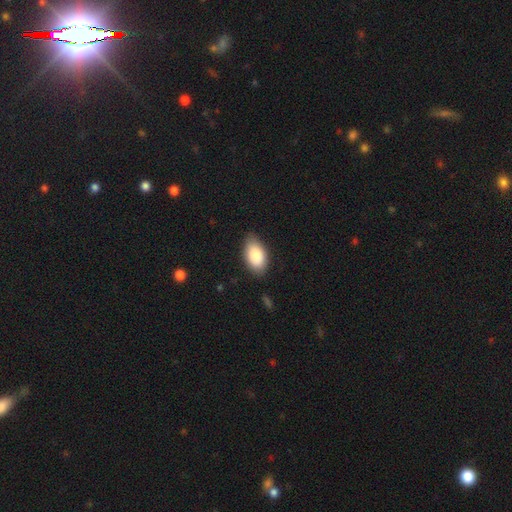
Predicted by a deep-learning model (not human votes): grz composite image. It shows a smooth galaxy with no disk features (88%) that is in between round and cigar-shaped (94%). Merging: none (82%).